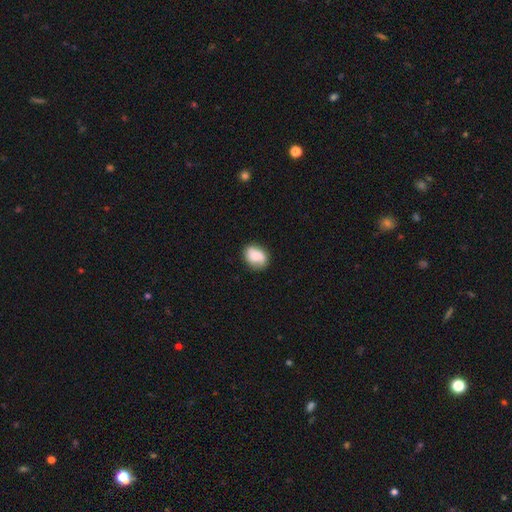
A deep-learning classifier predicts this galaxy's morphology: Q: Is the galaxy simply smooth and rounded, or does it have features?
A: smooth — 77%.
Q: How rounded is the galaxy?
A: in between — 66%.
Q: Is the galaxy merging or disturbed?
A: none — 74%.